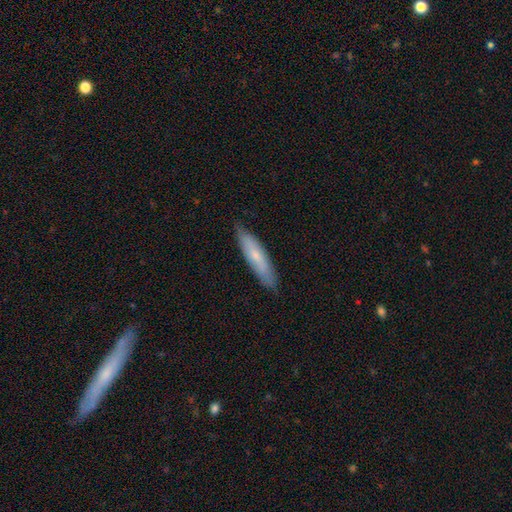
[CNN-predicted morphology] This is likely a smooth galaxy (63%). How rounded: likely cigar-shaped (76%). Merging: clearly none (83%).